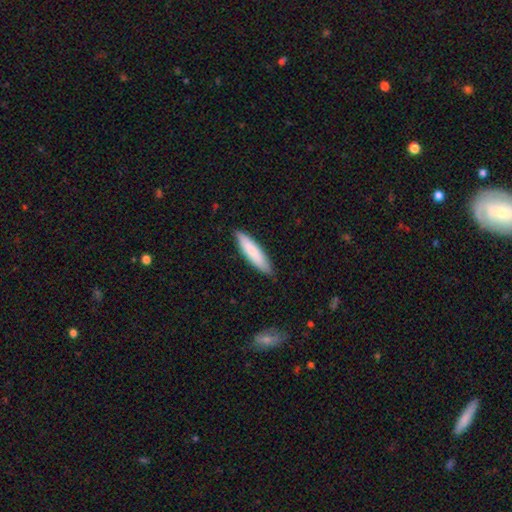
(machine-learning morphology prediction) Smooth or featured: smooth — 81% (featured or disk — 14%)
How rounded: cigar-shaped — 75% (in between — 24%)
Merging: none — 84% (minor disturbance — 13%)